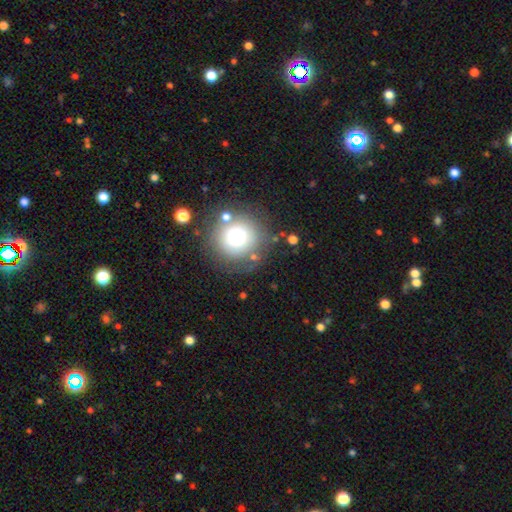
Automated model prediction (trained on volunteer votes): The model was most divided on "smooth or featured": smooth: 59%, star or artifact: 25%, featured or disk: 16%. More confident: how rounded — round (91%); merging — none (79%).